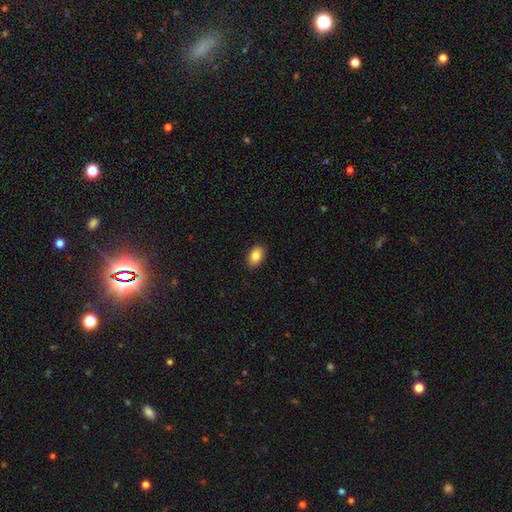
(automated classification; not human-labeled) A smooth galaxy with no disk features (85%) that is in between round and cigar-shaped (88%). Merging: none (89%).